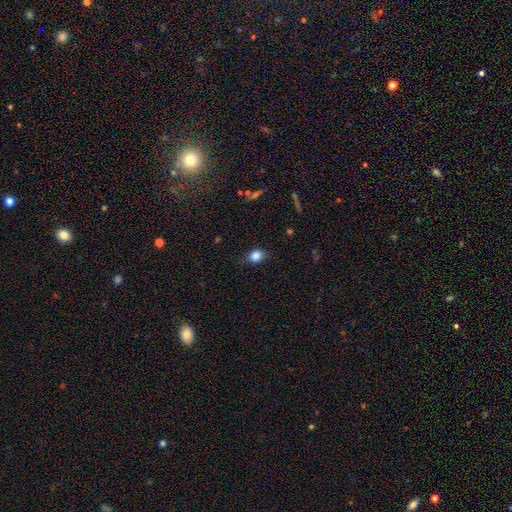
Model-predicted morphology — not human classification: type=smooth (84%); roundness=in between (58%); merging=none (73%).